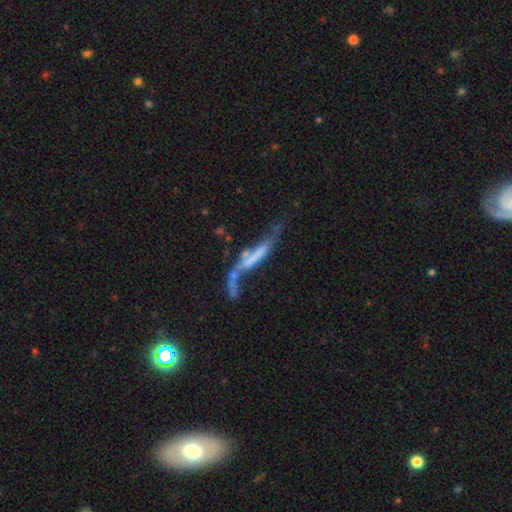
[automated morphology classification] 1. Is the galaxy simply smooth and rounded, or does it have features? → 55% featured or disk, 36% smooth, 9% star or artifact.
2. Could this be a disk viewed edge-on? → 52% no, 48% yes.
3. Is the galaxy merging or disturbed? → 31% merger, 29% major disturbance, 24% none, 17% minor disturbance.